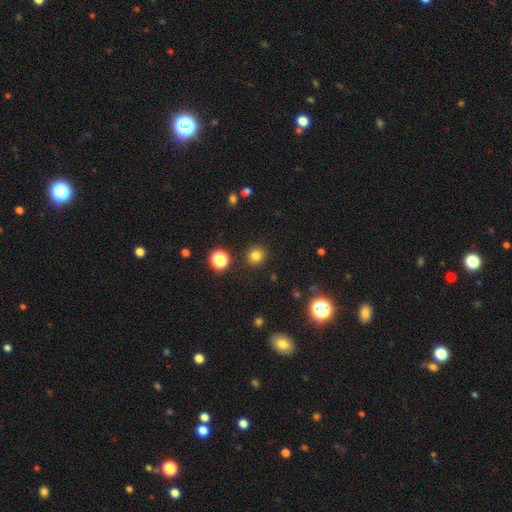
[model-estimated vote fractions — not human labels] smooth-or-featured: smooth: 80% | star or artifact: 15% | featured or disk: 6%
  how-rounded: round: 90% | in between: 9% | cigar-shaped: 1%
  merging: none: 90% | minor disturbance: 6% | major disturbance: 2% | merger: 2%